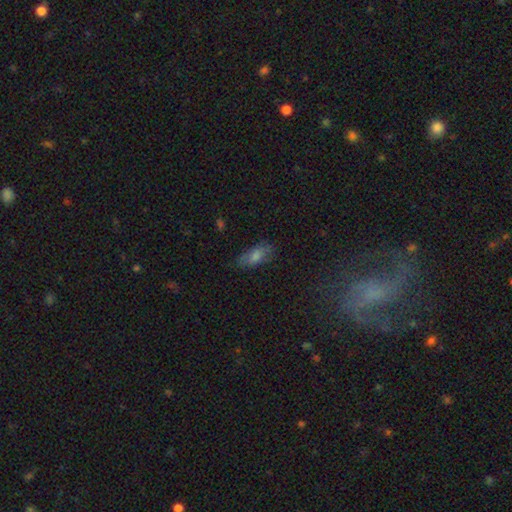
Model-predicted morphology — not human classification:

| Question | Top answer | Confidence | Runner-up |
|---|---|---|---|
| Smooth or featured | smooth | 63% | featured or disk (22%) |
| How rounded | in between | 78% | cigar-shaped (18%) |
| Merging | none | 78% | minor disturbance (16%) |